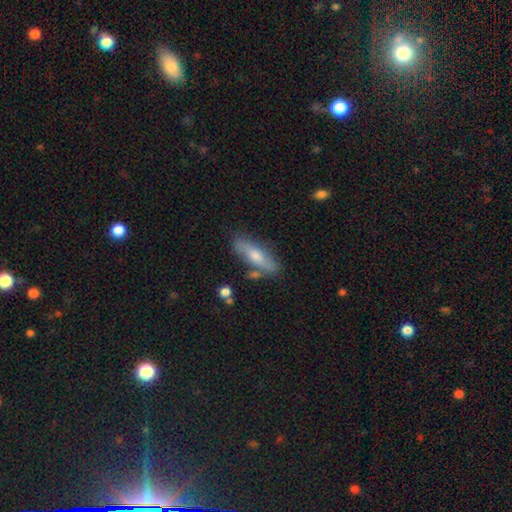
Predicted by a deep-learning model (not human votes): Smooth or featured?
  - smooth: 51% *
  - featured or disk: 42%
  - star or artifact: 7%
How rounded?
  - cigar-shaped: 55% *
  - in between: 42%
  - round: 3%
Merging?
  - none: 75% *
  - minor disturbance: 15%
  - merger: 6%
  - major disturbance: 4%